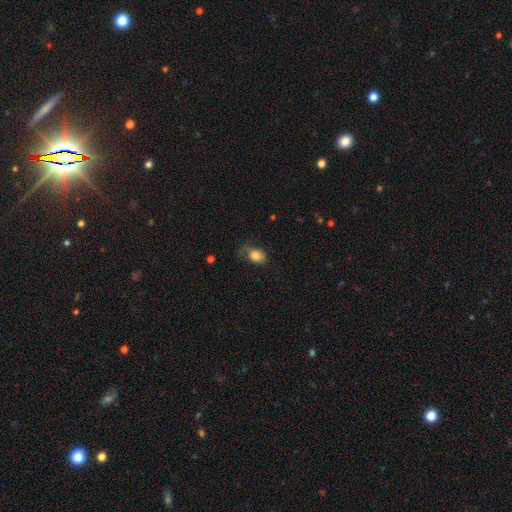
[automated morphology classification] smooth 80%, featured or disk 11%, star or artifact 9%. Down the decision tree: how rounded — in between (70%); merging — none (55%).